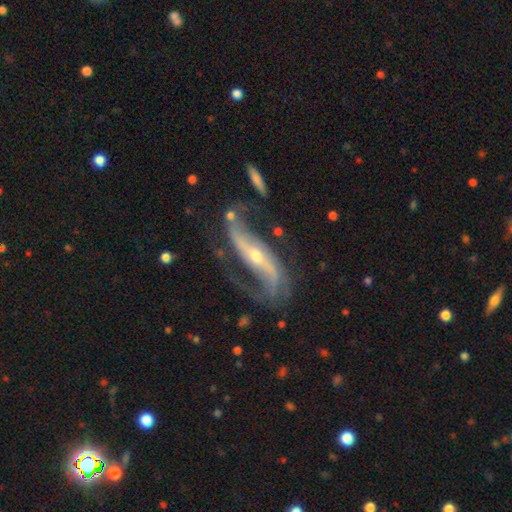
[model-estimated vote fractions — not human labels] Overall: featured or disk (89%). Edge-on disk: no (90%). Bar: strong (46%; no 29%). Spiral arms: yes (96%). Spiral arm count: 2 (88%). Spiral winding: loose (55%; medium 33%). Bulge size: small (60%; moderate 36%). Merging: none (59%).